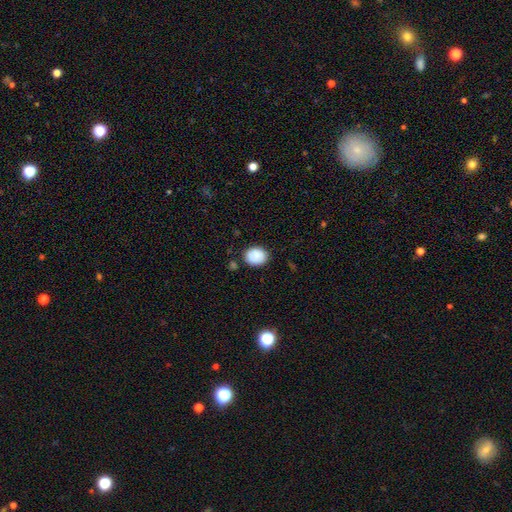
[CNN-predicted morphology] The model was most divided on "how rounded": round: 57%, in between: 42%, cigar-shaped: 1%. More confident: smooth or featured — smooth (88%); merging — none (82%).